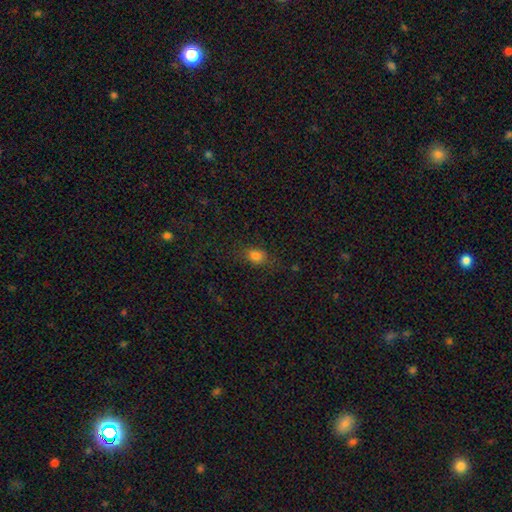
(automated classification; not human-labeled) Morphology: type=smooth (79%); roundness=in between (60%); merging=none (76%).